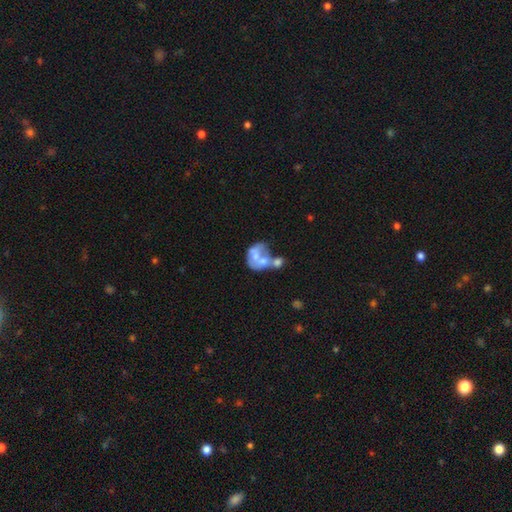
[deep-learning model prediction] A featured or disk galaxy (50%). Merging: merger (58%).